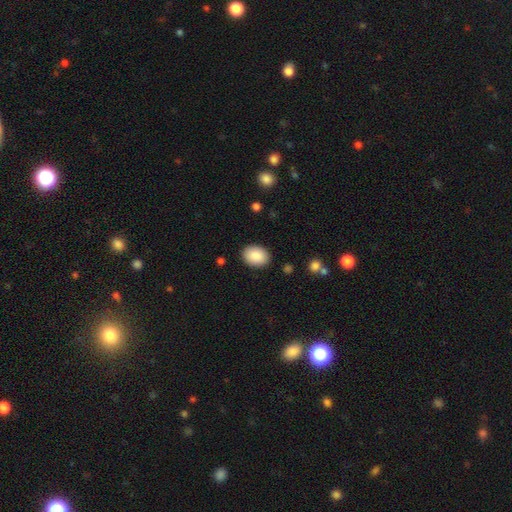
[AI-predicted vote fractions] Smooth or featured? smooth (88%)
How rounded? in between (66%)
Merging? none (88%)